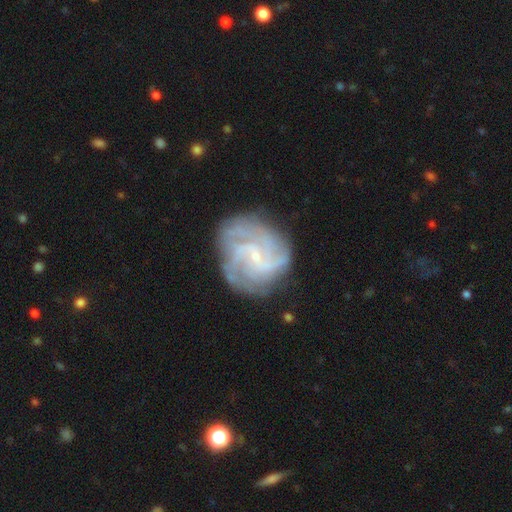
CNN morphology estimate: Overall: featured or disk (87%). Edge-on disk: no (98%). Bar: weak (45%; no 44%). Spiral arms: yes (96%). Spiral arm count: 3 (26%; 4 22%). Spiral winding: medium (47%; tight 38%). Bulge size: small (82%). Merging: none (75%).